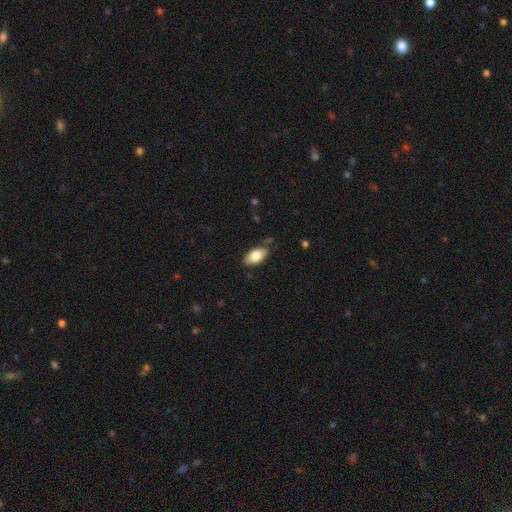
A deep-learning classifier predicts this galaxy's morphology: type=smooth (81%); roundness=in between (93%); merging=none (81%).